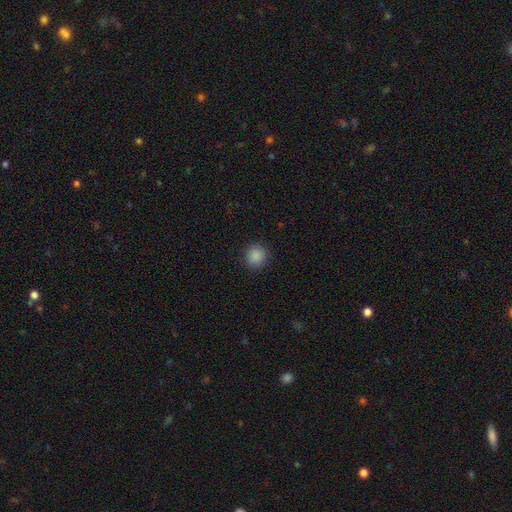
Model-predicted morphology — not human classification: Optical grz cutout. It shows a smooth galaxy with no disk features (87%) that is round (91%). Merging: none (90%).